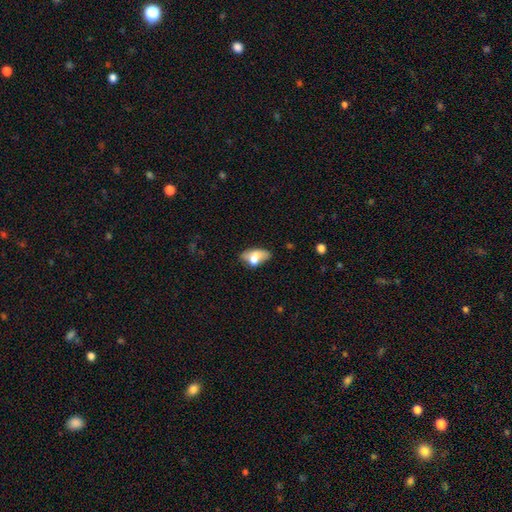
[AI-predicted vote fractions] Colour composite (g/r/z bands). It shows a smooth galaxy with no disk features (61%) that is in between round and cigar-shaped (87%). Merging: none (31%).